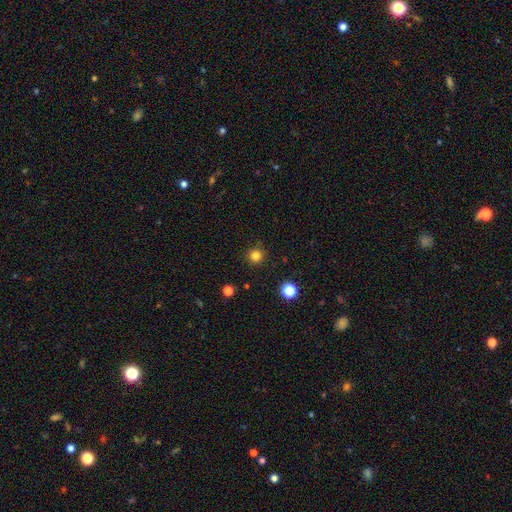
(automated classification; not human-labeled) Smooth or featured? smooth (82%)
How rounded? round (95%)
Merging? none (90%)